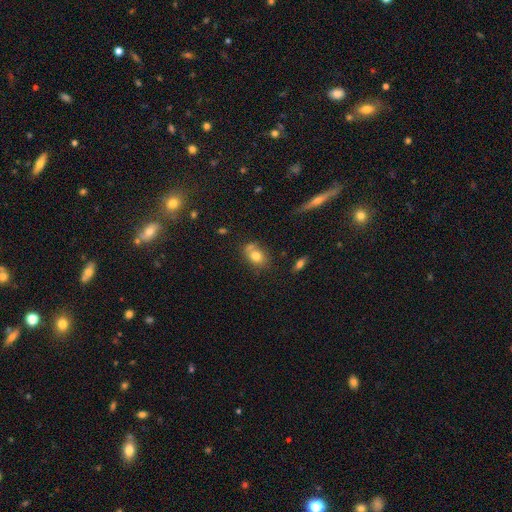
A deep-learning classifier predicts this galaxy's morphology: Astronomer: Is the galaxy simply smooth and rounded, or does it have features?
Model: smooth — 76%.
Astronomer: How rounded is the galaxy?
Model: in between — 65%.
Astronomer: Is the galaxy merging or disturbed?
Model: none — 54%.